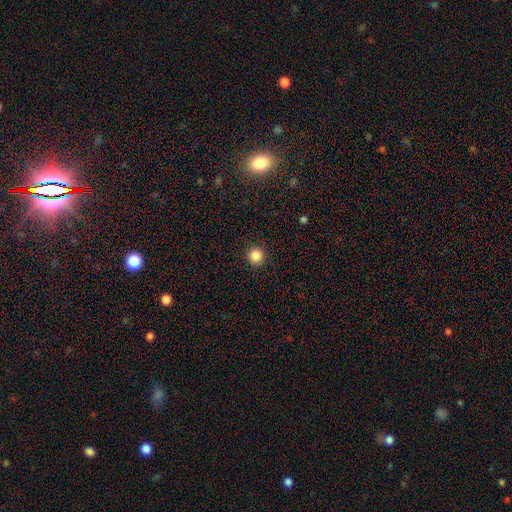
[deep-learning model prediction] smooth_or_featured: smooth (p=0.85) [alt: star or artifact p=0.11]
how_rounded: round (p=0.95) [alt: in between p=0.04]
merging: none (p=0.92) [alt: minor disturbance p=0.05]